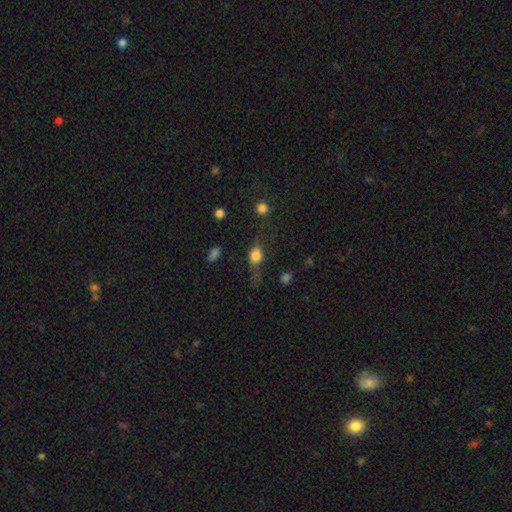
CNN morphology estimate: smooth-or-featured: smooth: 76% | featured or disk: 12% | star or artifact: 12%
  how-rounded: in between: 55% | round: 39% | cigar-shaped: 6%
  merging: none: 45% | minor disturbance: 27% | major disturbance: 23% | merger: 5%